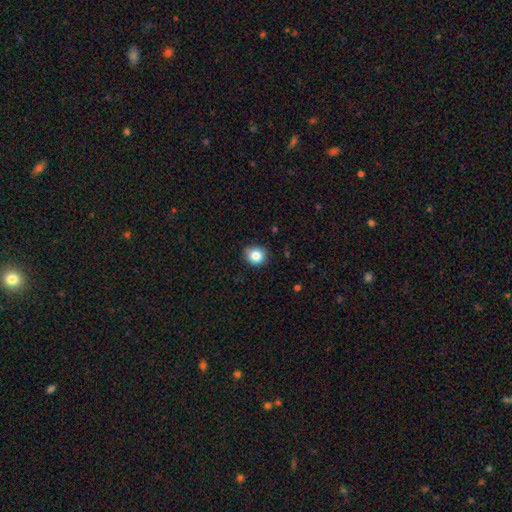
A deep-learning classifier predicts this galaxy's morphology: This is clearly a smooth galaxy (85%). How rounded: clearly round (82%). Merging: clearly none (83%).